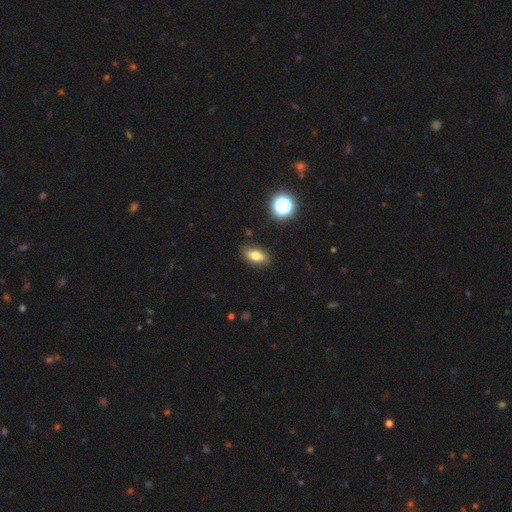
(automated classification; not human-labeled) smooth-or-featured: smooth: 77% | featured or disk: 13% | star or artifact: 11%
  how-rounded: in between: 85% | round: 8% | cigar-shaped: 7%
  merging: none: 86% | minor disturbance: 10% | major disturbance: 2% | merger: 1%